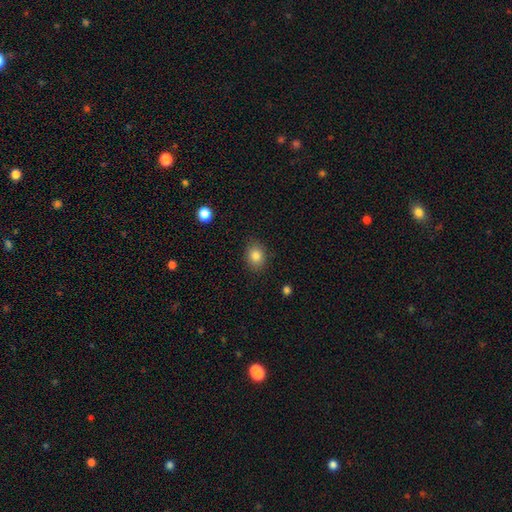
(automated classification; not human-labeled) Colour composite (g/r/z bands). It shows a smooth galaxy with no disk features (84%) that is in between round and cigar-shaped (50%). Merging: none (86%).